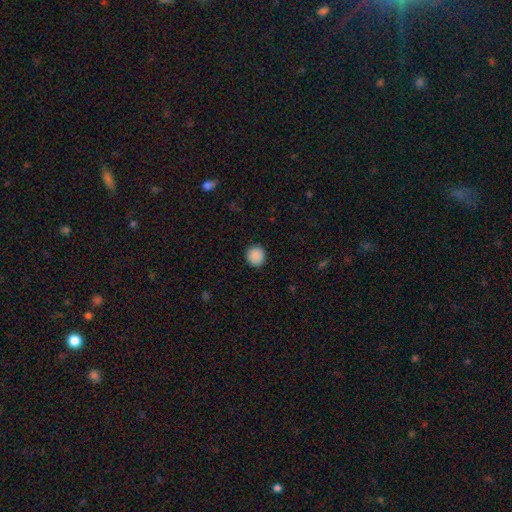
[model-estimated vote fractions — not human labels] Smooth or featured? smooth (89%)
How rounded? round (94%)
Merging? none (92%)